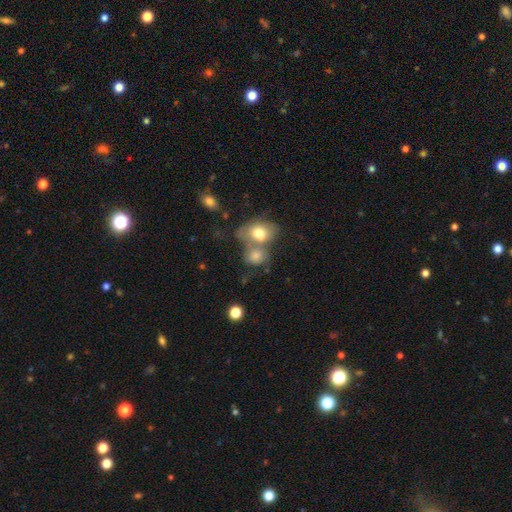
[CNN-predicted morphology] Overall: smooth (72%). How rounded: round (51%; in between 47%). Merging: merger (51%; none 29%).